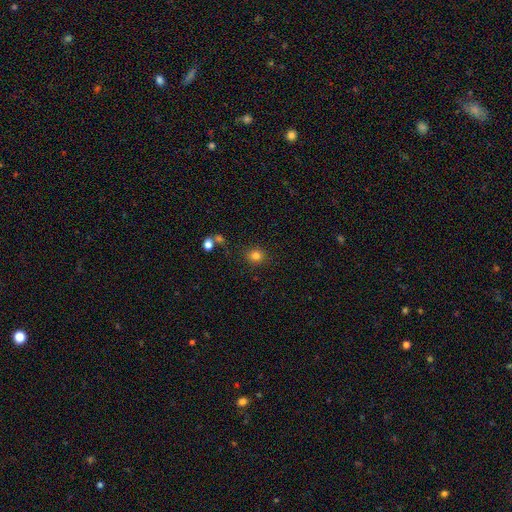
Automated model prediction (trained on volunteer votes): Smooth or featured: smooth — 81% (star or artifact — 13%)
How rounded: round — 79% (in between — 21%)
Merging: none — 84% (minor disturbance — 9%)